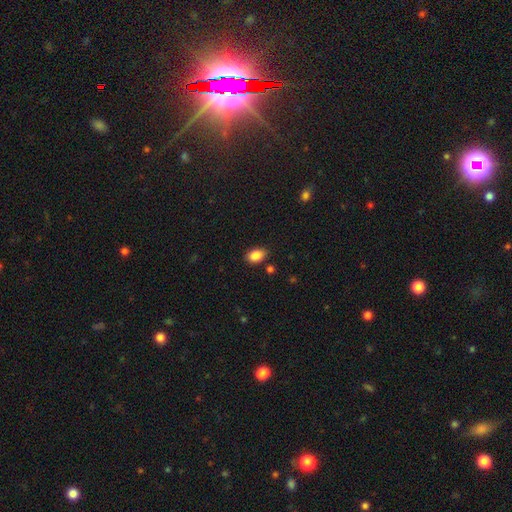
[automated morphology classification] Smooth or featured: smooth — 87% (star or artifact — 8%)
How rounded: in between — 84% (round — 15%)
Merging: none — 83% (minor disturbance — 12%)